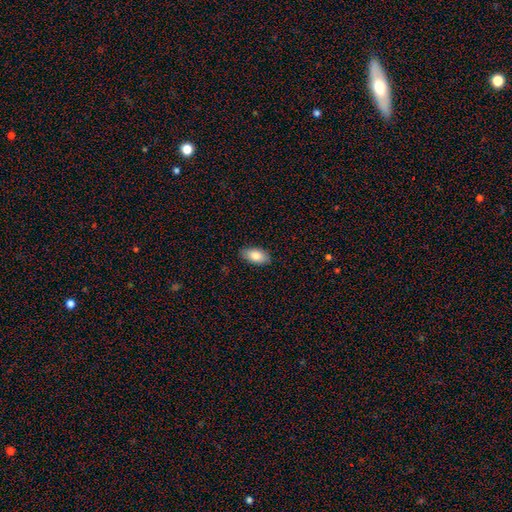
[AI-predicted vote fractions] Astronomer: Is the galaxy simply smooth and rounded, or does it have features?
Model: smooth — 83%.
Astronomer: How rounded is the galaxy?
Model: in between — 93%.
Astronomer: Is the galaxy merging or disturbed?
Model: none — 87%.